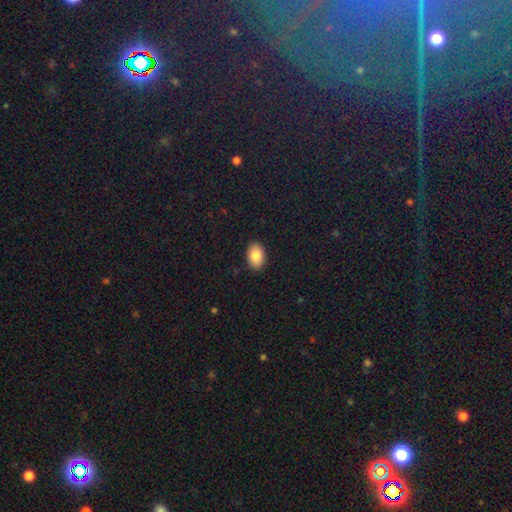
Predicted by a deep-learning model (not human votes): This is clearly a smooth galaxy (86%). How rounded: clearly in between (84%). Merging: clearly none (89%).